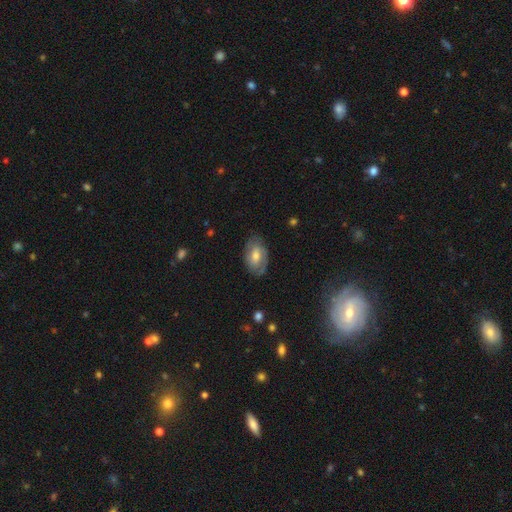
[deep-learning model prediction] smooth_or_featured: smooth (p=0.48) [alt: featured or disk p=0.45]
merging: none (p=0.76) [alt: minor disturbance p=0.18]